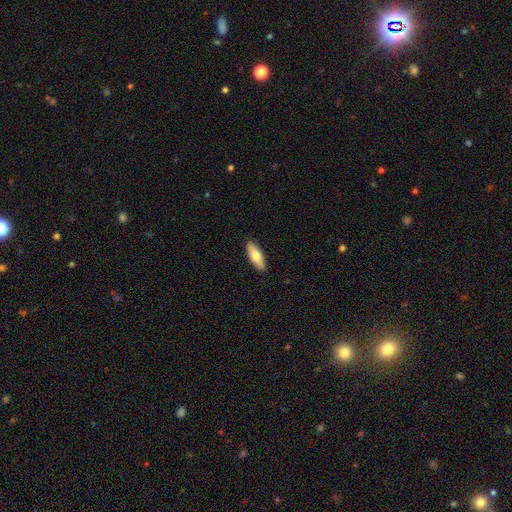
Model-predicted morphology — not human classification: The model was most divided on "how rounded": in between: 58%, cigar-shaped: 39%, round: 2%. More confident: merging — none (90%); smooth or featured — smooth (72%).